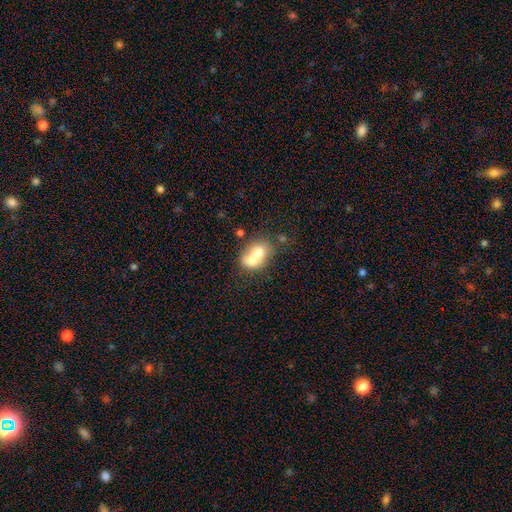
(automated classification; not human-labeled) This is likely a smooth galaxy (65%). How rounded: possibly round (52%). Merging: likely merger (71%).